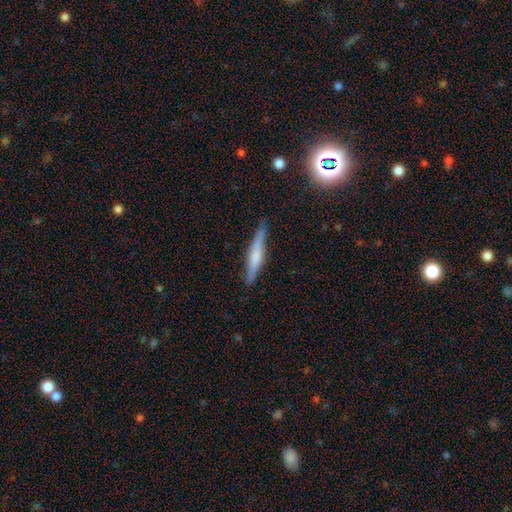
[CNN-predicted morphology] smooth_or_featured: smooth (p=0.49) [alt: featured or disk p=0.45]
merging: none (p=0.85) [alt: minor disturbance p=0.11]